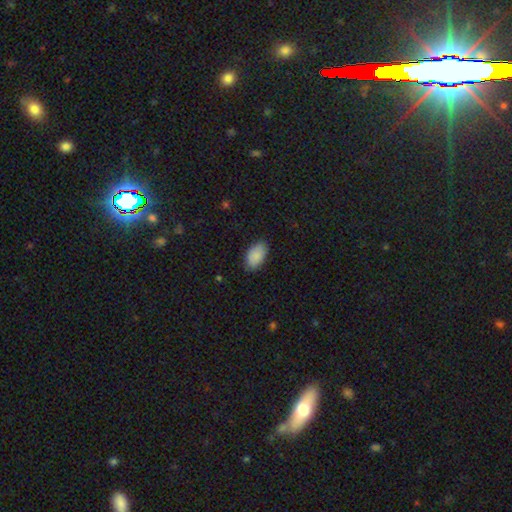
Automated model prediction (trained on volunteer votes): This is clearly a smooth galaxy (88%). How rounded: clearly in between (94%). Merging: clearly none (81%).